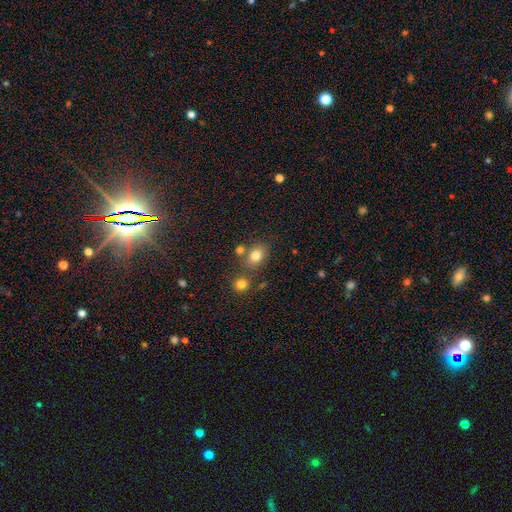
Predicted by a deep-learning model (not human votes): This is likely a smooth galaxy (79%). How rounded: likely in between (65%). Merging: likely none (66%).